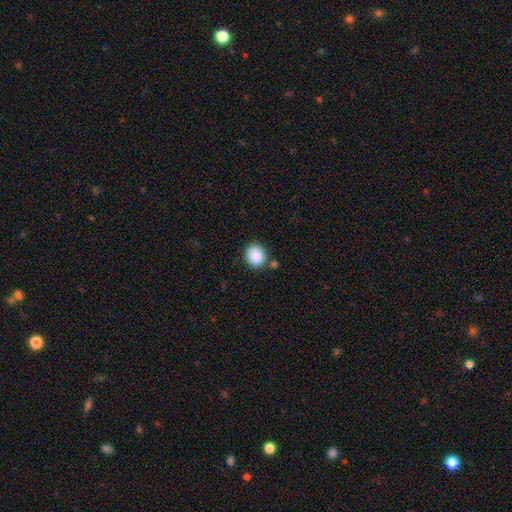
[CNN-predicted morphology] Smooth or featured?
  - smooth: 88% *
  - star or artifact: 8%
  - featured or disk: 3%
How rounded?
  - round: 73% *
  - in between: 26%
  - cigar-shaped: 1%
Merging?
  - none: 81% *
  - minor disturbance: 11%
  - merger: 6%
  - major disturbance: 3%